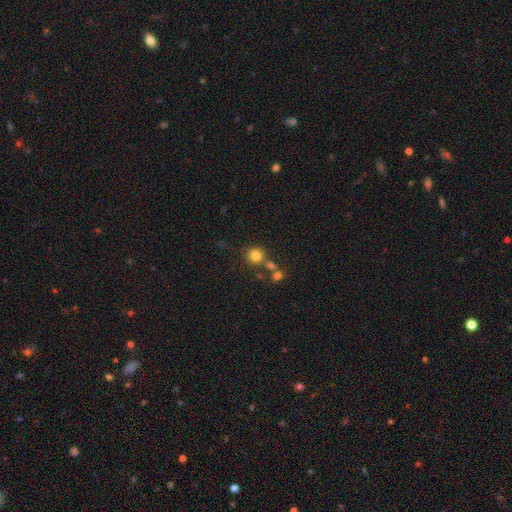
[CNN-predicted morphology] This is clearly a smooth galaxy (80%). How rounded: clearly round (90%). Merging: likely none (68%).